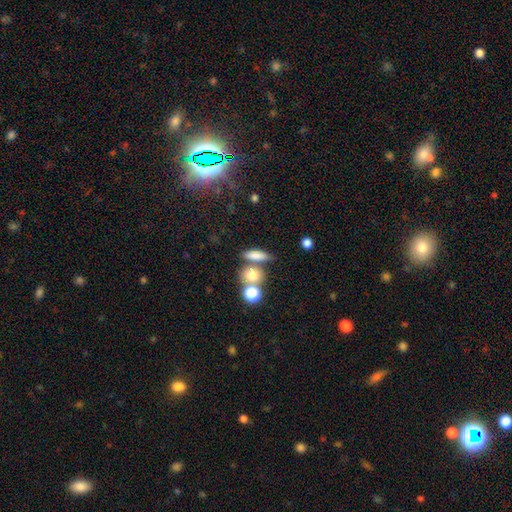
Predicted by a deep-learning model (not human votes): Q: Smooth or featured?
A: smooth (75%); runner-up: featured or disk (13%)
Q: How rounded?
A: in between (42%); runner-up: cigar-shaped (31%)
Q: Merging?
A: none (56%); runner-up: merger (27%)